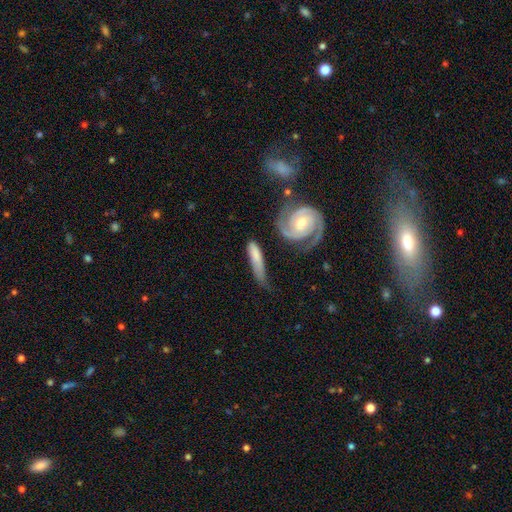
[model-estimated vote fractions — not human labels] A smooth galaxy with no disk features (57%) that is cigar-shaped (79%).

Vote fractions:
- Smooth or featured? smooth: 57% / featured or disk: 38% / star or artifact: 6%
- How rounded? cigar-shaped: 79% / in between: 18% / round: 3%
- Merging? none: 49% / minor disturbance: 27% / major disturbance: 14% / merger: 11%